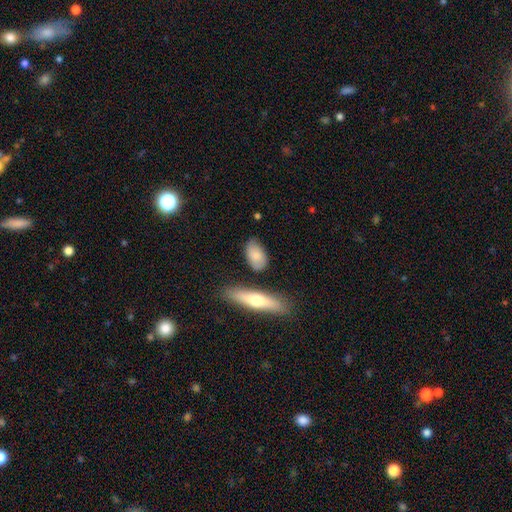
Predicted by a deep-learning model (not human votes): Smooth or featured?
  - smooth: 79% *
  - featured or disk: 16%
  - star or artifact: 6%
How rounded?
  - in between: 88% *
  - cigar-shaped: 7%
  - round: 6%
Merging?
  - none: 75% *
  - minor disturbance: 16%
  - merger: 5%
  - major disturbance: 4%